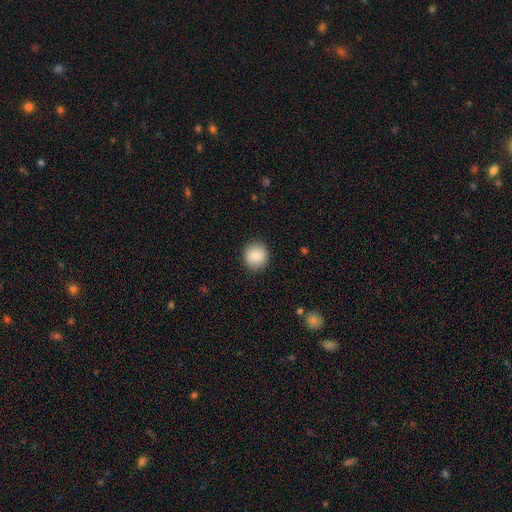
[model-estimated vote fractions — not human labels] Morphology: type=smooth (87%); roundness=round (89%); merging=none (90%).